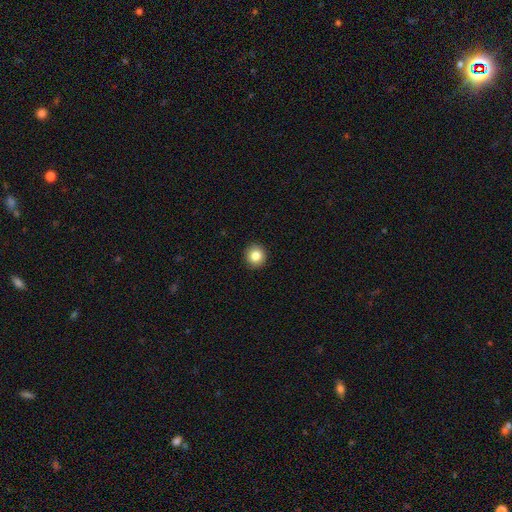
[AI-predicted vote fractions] smooth 85%, star or artifact 9%, featured or disk 6%. Down the decision tree: how rounded — round (92%); merging — none (93%).